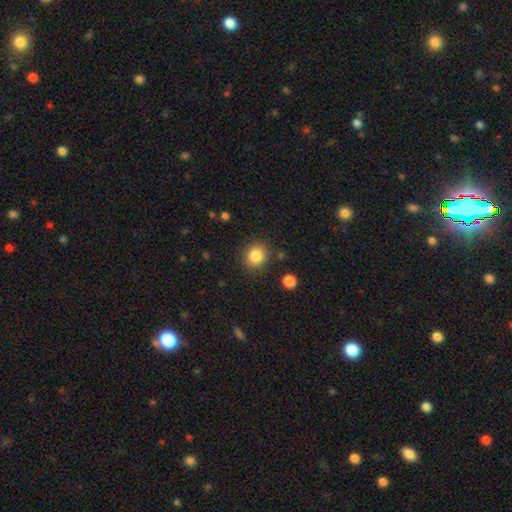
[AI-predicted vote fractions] Q: Smooth or featured?
A: smooth (85%); runner-up: star or artifact (10%)
Q: How rounded?
A: round (81%); runner-up: in between (18%)
Q: Merging?
A: none (86%); runner-up: minor disturbance (8%)